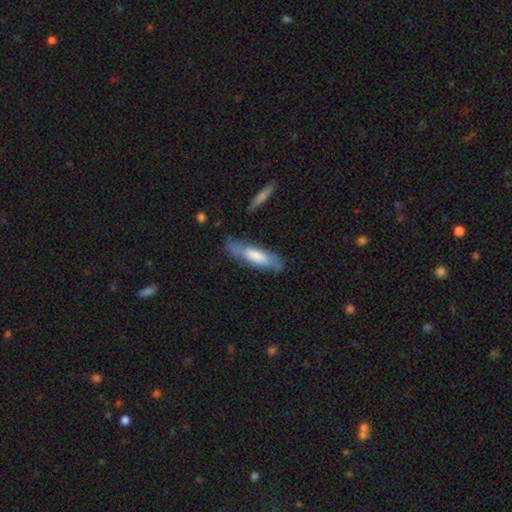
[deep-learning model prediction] Smooth or featured? smooth (54%)
How rounded? cigar-shaped (63%)
Merging? none (71%)